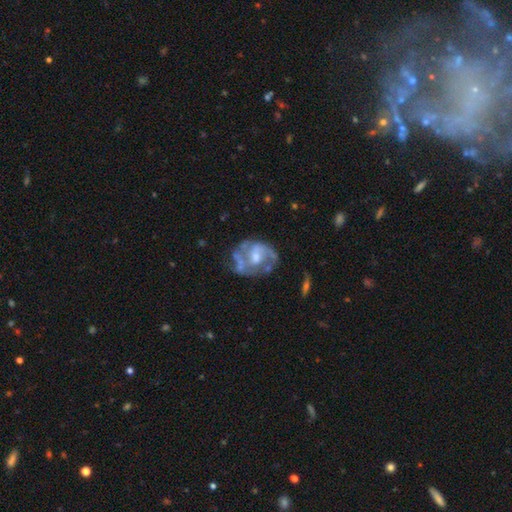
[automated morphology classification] Smooth or featured: featured or disk — 75% (smooth — 18%)
Edge-on disk: no — 98% (yes — 2%)
Bar: no — 48% (weak — 41%)
Spiral arms: yes — 64% (no — 36%)
Bulge size: moderate — 53% (small — 28%)
Merging: none — 49% (minor disturbance — 22%)